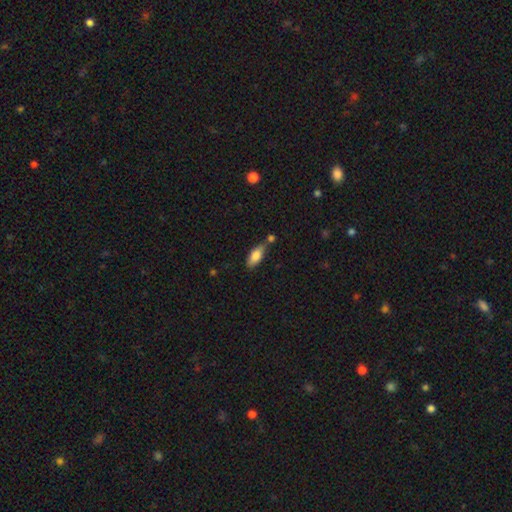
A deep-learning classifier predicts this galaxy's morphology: A smooth galaxy with no disk features (80%) that is in between round and cigar-shaped (81%).

Vote fractions:
- Smooth or featured? smooth: 80% / featured or disk: 13% / star or artifact: 7%
- How rounded? in between: 81% / cigar-shaped: 17% / round: 2%
- Merging? none: 56% / minor disturbance: 21% / merger: 18% / major disturbance: 5%